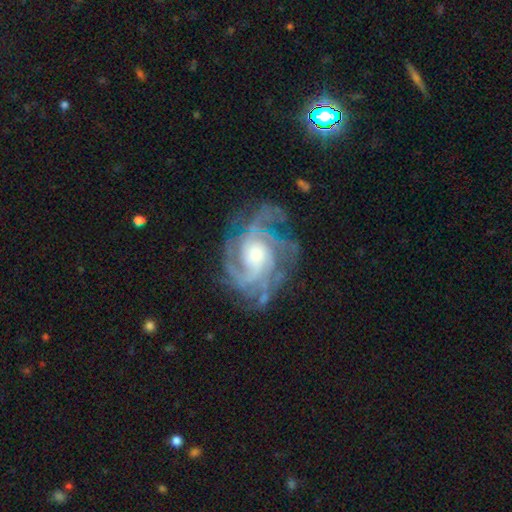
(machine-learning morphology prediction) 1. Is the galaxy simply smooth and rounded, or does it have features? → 91% featured or disk, 5% star or artifact, 4% smooth.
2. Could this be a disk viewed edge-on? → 98% no, 2% yes.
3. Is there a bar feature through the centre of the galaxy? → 69% no, 25% weak, 6% strong.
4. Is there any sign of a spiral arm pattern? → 98% yes, 2% no.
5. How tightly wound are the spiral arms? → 56% tight, 37% medium, 7% loose.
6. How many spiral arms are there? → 25% 3, 23% 4, 19% can't tell, 13% more than 4, 12% 2, 8% 1.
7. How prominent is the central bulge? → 52% moderate, 24% large, 20% small, 3% none, 2% dominant.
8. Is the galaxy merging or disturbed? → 70% none, 18% minor disturbance, 10% major disturbance, 2% merger.